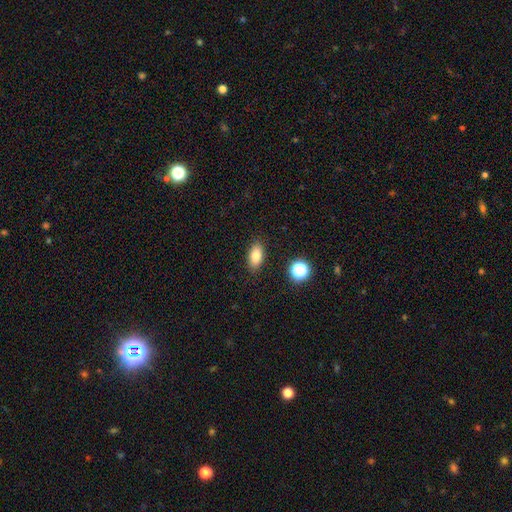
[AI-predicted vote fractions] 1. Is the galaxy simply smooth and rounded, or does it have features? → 81% smooth, 10% star or artifact, 9% featured or disk.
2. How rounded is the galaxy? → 88% in between, 7% round, 6% cigar-shaped.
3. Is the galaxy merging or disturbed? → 88% none, 9% minor disturbance, 2% major disturbance, 2% merger.